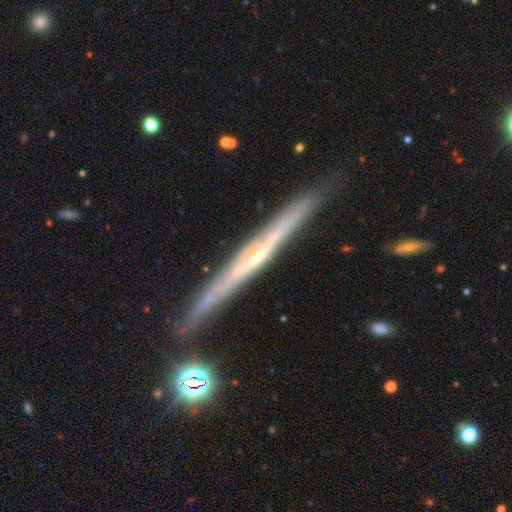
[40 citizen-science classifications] smooth-or-featured: featured or disk: 75% | smooth: 15% | star or artifact: 10%
  disk-edge-on: yes: 90% | no: 10%
    edge-on-bulge: rounded: 63% | none: 33% | boxy: 4%
  merging: none: 86% | minor disturbance: 8% | merger: 6% | major disturbance: 0%